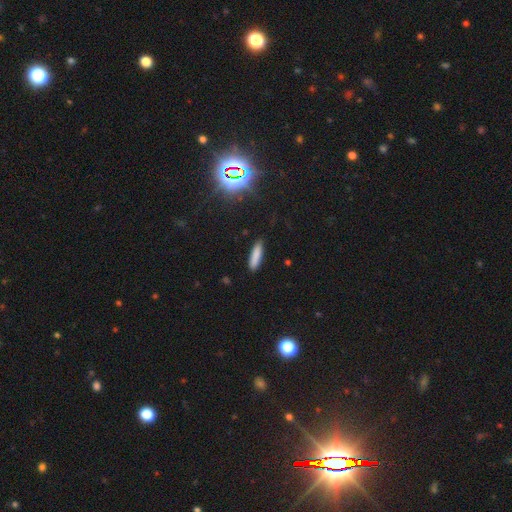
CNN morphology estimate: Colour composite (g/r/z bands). It shows a smooth galaxy with no disk features (84%) that is cigar-shaped (74%). Merging: none (87%).